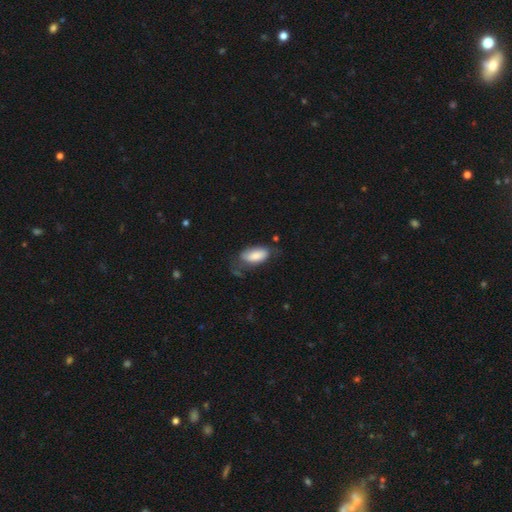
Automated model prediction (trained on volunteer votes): Morphology: type=smooth (79%); roundness=in between (92%); merging=none (46%).